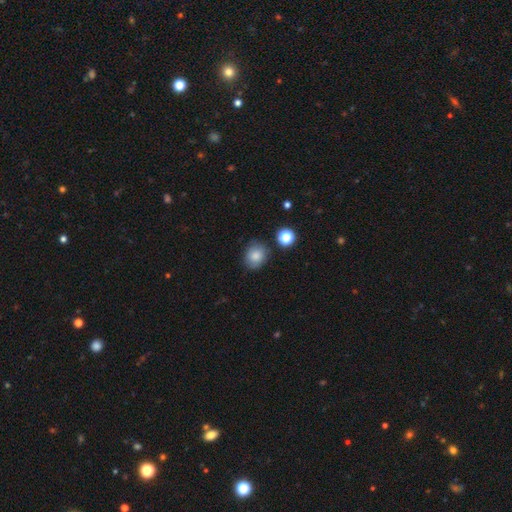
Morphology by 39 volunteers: Smooth or featured?
  - smooth: 79% *
  - featured or disk: 13%
  - star or artifact: 8%
How rounded?
  - round: 55% *
  - in between: 45%
  - cigar-shaped: 0%
Merging?
  - none: 78% *
  - minor disturbance: 17%
  - major disturbance: 3%
  - merger: 3%